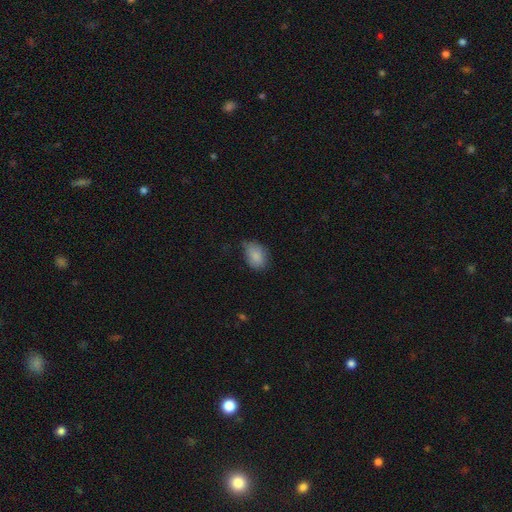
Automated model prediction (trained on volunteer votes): smooth 86%, star or artifact 8%, featured or disk 7%. Down the decision tree: how rounded — in between (78%); merging — none (59%).